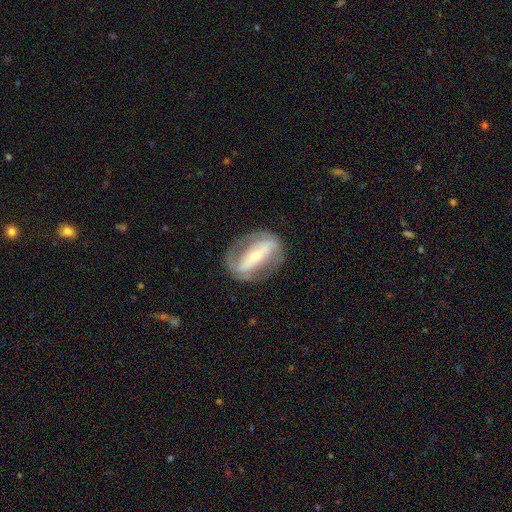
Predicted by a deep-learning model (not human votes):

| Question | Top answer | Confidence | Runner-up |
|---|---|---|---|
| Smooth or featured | featured or disk | 79% | smooth (15%) |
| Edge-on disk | no | 90% | yes (10%) |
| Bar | strong | 72% | weak (16%) |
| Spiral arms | yes | 66% | no (34%) |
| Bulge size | small | 54% | moderate (40%) |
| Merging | none | 77% | minor disturbance (13%) |